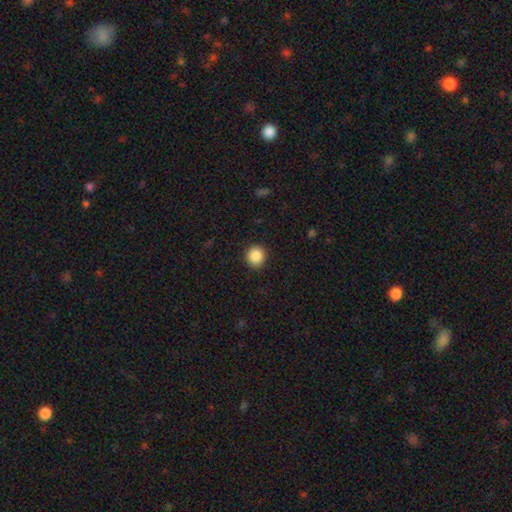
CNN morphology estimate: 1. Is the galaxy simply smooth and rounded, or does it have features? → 87% smooth, 9% star or artifact, 3% featured or disk.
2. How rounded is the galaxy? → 94% round, 6% in between, 1% cigar-shaped.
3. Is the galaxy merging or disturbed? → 92% none, 5% minor disturbance, 2% major disturbance, 1% merger.